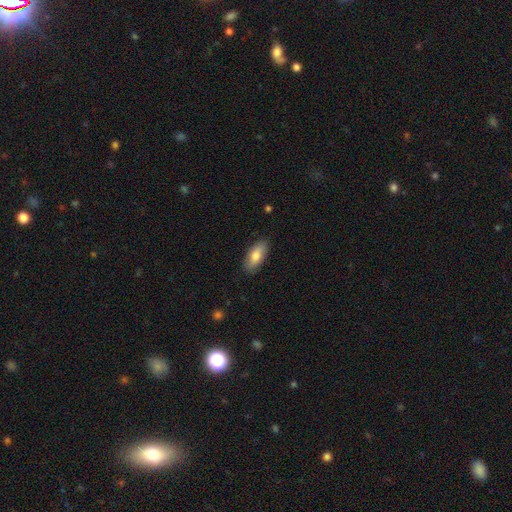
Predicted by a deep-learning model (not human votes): Smooth or featured? Predicted: smooth (p=0.79). How rounded? Predicted: in between (p=0.87). Merging? Predicted: none (p=0.87).